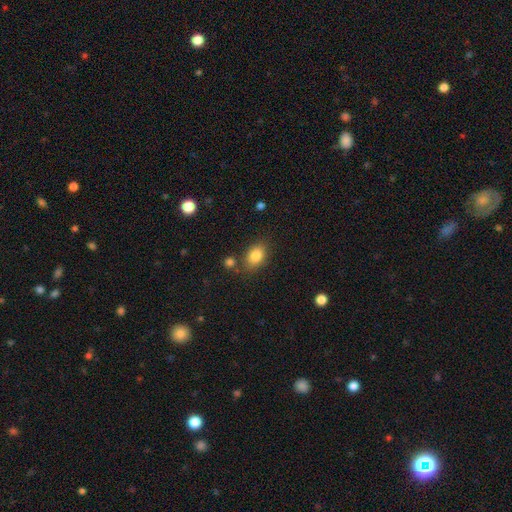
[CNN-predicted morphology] Smooth or featured?
  - smooth: 83% *
  - star or artifact: 9%
  - featured or disk: 8%
How rounded?
  - in between: 77% *
  - round: 21%
  - cigar-shaped: 1%
Merging?
  - none: 75% *
  - minor disturbance: 13%
  - merger: 8%
  - major disturbance: 4%